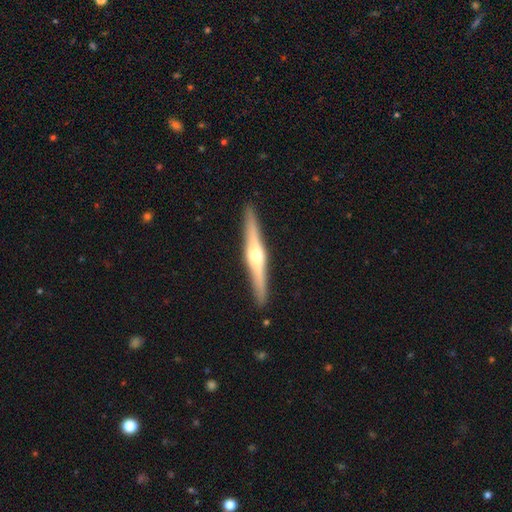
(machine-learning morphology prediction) featured or disk 78%, smooth 17%, star or artifact 5%. Down the decision tree: edge-on disk — yes (98%); edge-on bulge — rounded (92%); merging — none (92%).